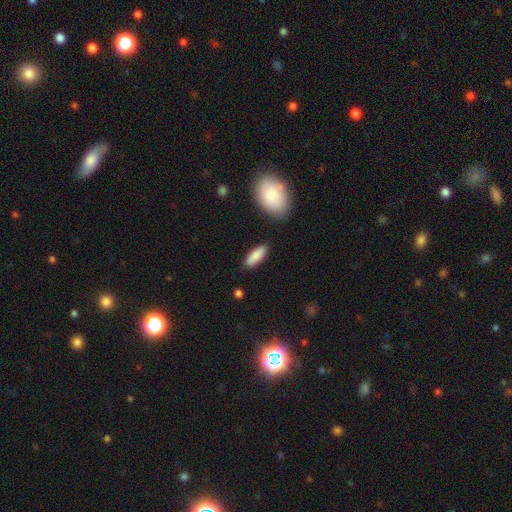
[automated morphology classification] smooth_or_featured: smooth (p=0.86) [alt: featured or disk p=0.08]
how_rounded: in between (p=0.66) [alt: cigar-shaped p=0.32]
merging: none (p=0.85) [alt: minor disturbance p=0.10]